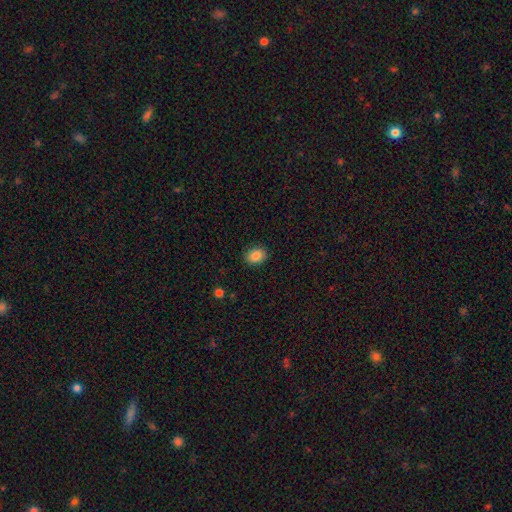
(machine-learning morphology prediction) Smooth or featured: smooth — 86% (star or artifact — 9%)
How rounded: in between — 60% (round — 39%)
Merging: none — 87% (minor disturbance — 9%)